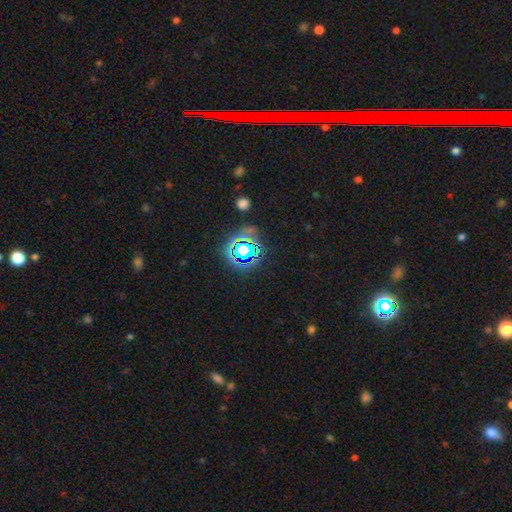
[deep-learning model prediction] Overall: star or artifact (76%).